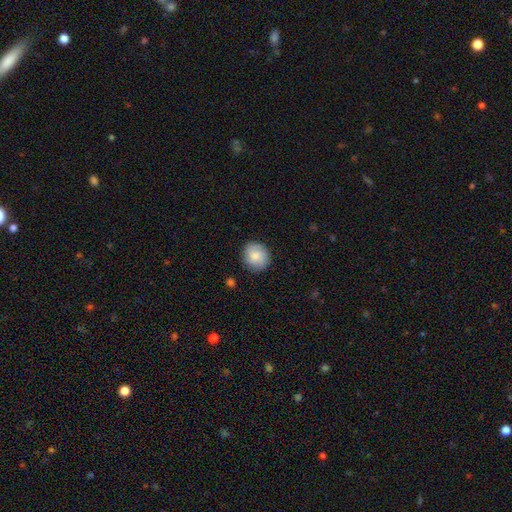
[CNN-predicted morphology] The model was most divided on "how rounded": round: 83%, in between: 16%, cigar-shaped: 1%. More confident: merging — none (86%); smooth or featured — smooth (80%).